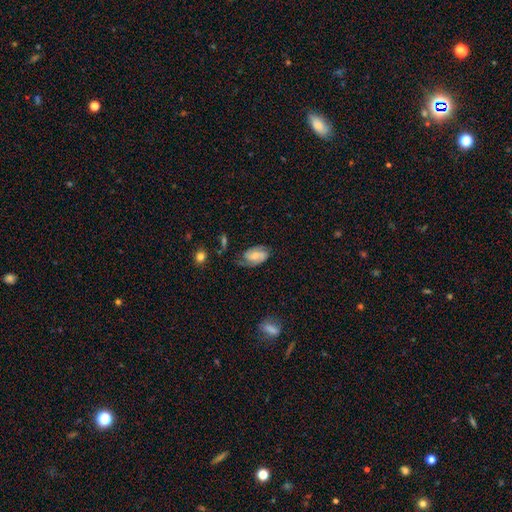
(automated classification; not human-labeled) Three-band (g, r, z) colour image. It shows a featured or disk galaxy (67%) with a weak bar (44%), 2 (83%) medium (46%) spiral arms (93%) and a small central bulge (41%). Merging: none (66%).